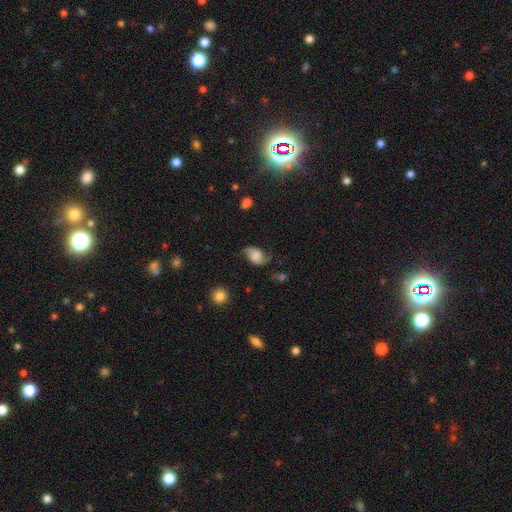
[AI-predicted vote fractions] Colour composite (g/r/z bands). It shows a featured or disk galaxy (52%) with no bar (56%), spiral arms (89%) and no central bulge (37%). Merging: none (60%).